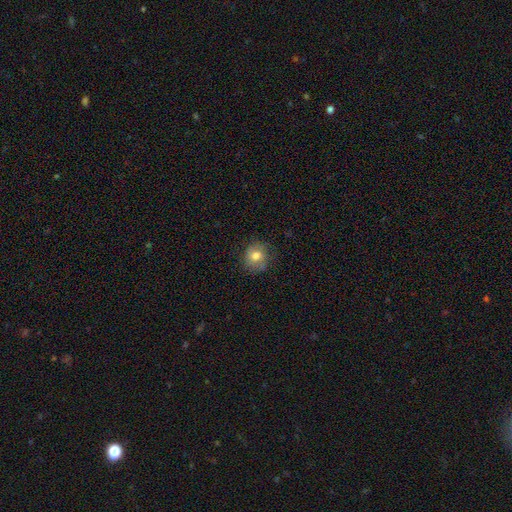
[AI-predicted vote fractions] This appears to be a smooth galaxy with no disk features (74%) that is round (78%). Merging: none (76%).